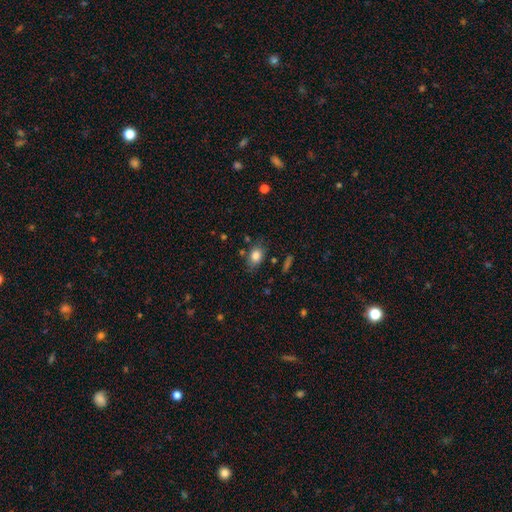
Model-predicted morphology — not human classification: This appears to be a smooth galaxy with no disk features (82%) that is in between round and cigar-shaped (71%). Merging: none (73%).